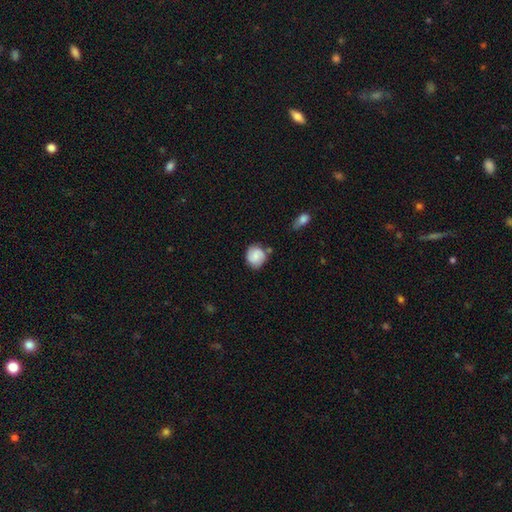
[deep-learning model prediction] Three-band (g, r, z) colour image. It shows a smooth galaxy with no disk features (51%) that is round (79%). Merging: none (69%).